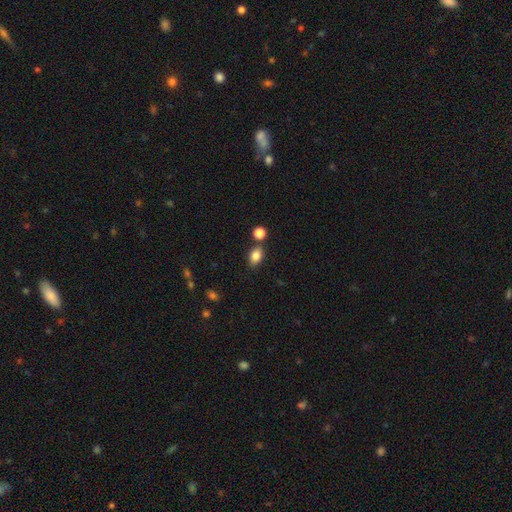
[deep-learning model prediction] This is clearly a smooth galaxy (84%). How rounded: likely in between (79%). Merging: likely none (74%).